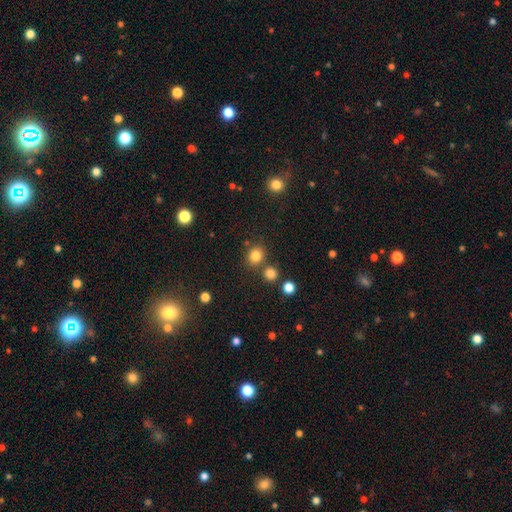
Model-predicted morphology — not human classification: Smooth or featured? Predicted: smooth (p=0.81). How rounded? Predicted: round (p=0.81). Merging? Predicted: none (p=0.77).